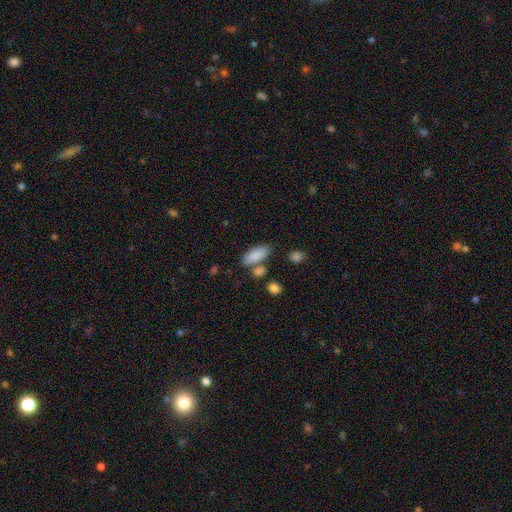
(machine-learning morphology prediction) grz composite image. It shows a smooth galaxy with no disk features (86%) that is in between round and cigar-shaped (80%). Merging: none (69%).